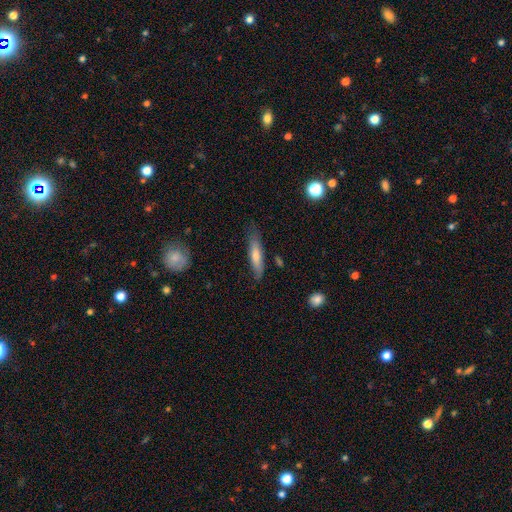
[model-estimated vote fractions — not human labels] Overall: smooth (61%; featured or disk 32%). How rounded: cigar-shaped (81%). Merging: none (75%).